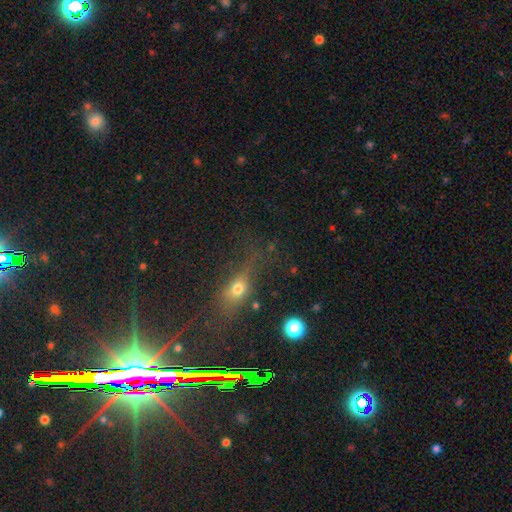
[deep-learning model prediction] A star or artifact, not a galaxy (50%).